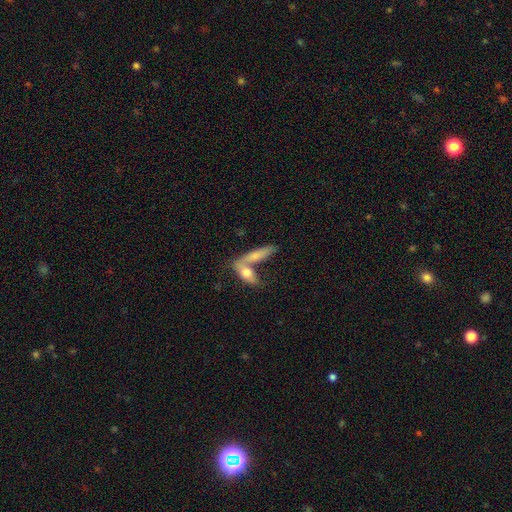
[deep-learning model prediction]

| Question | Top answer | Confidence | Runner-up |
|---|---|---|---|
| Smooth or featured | smooth | 69% | featured or disk (25%) |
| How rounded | cigar-shaped | 52% | in between (45%) |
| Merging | merger | 53% | none (33%) |